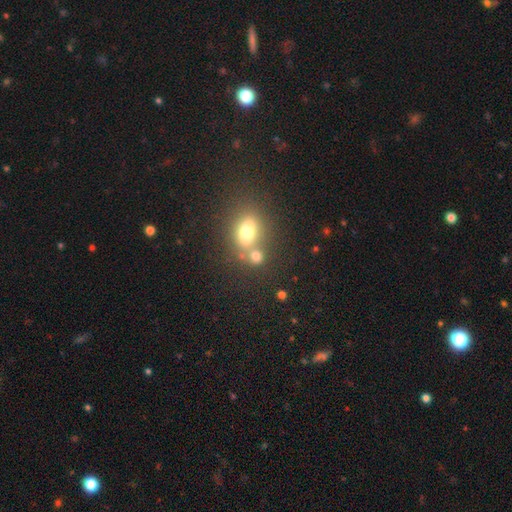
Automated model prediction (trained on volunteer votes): Q: Smooth or featured?
A: smooth (72%); runner-up: star or artifact (16%)
Q: How rounded?
A: round (60%); runner-up: in between (37%)
Q: Merging?
A: none (45%); runner-up: merger (42%)